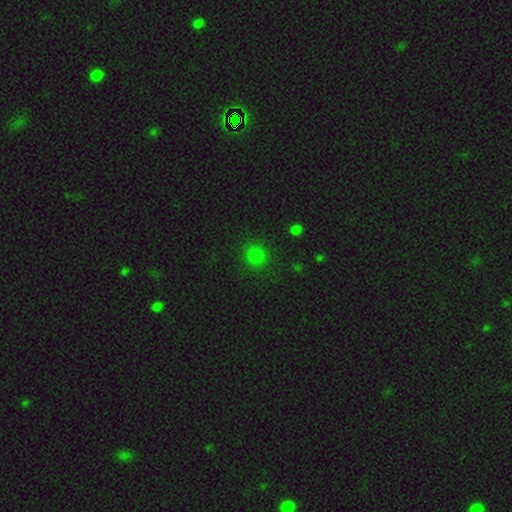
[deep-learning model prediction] Smooth or featured? smooth (78%)
How rounded? round (90%)
Merging? none (87%)